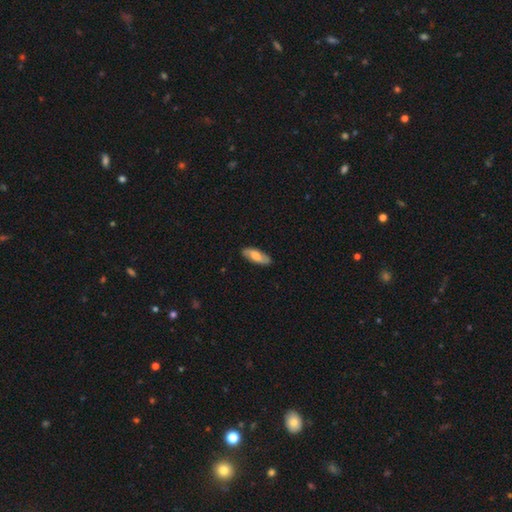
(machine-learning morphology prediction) Smooth or featured: smooth — 55% (featured or disk — 39%)
How rounded: in between — 72% (cigar-shaped — 26%)
Merging: none — 86% (minor disturbance — 11%)